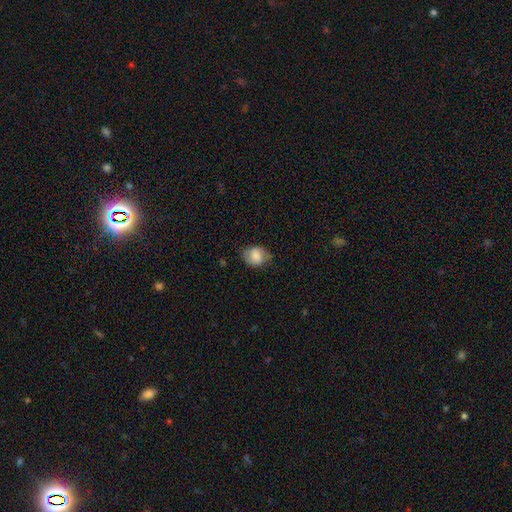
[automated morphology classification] Q: Smooth or featured?
A: smooth (67%); runner-up: featured or disk (24%)
Q: How rounded?
A: in between (50%); runner-up: round (49%)
Q: Merging?
A: none (69%); runner-up: minor disturbance (23%)